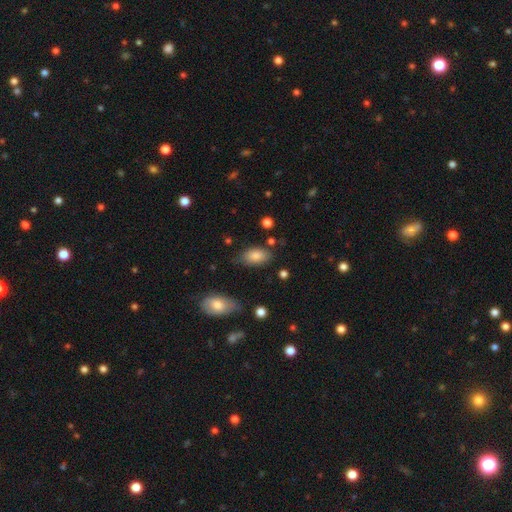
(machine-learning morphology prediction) A smooth galaxy with no disk features (84%) that is in between round and cigar-shaped (93%).

Vote fractions:
- Smooth or featured? smooth: 84% / featured or disk: 9% / star or artifact: 7%
- How rounded? in between: 93% / round: 4% / cigar-shaped: 3%
- Merging? none: 74% / minor disturbance: 19% / major disturbance: 4% / merger: 3%